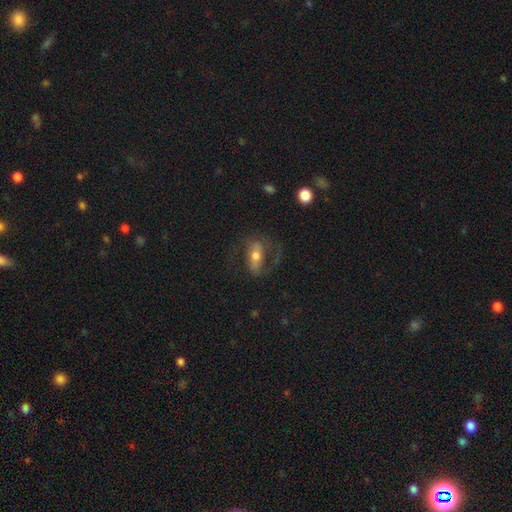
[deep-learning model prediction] Q: Smooth or featured?
A: featured or disk (58%); runner-up: smooth (34%)
Q: Edge-on disk?
A: no (87%); runner-up: yes (13%)
Q: Bar?
A: strong (44%); runner-up: weak (29%)
Q: Spiral arms?
A: yes (73%); runner-up: no (27%)
Q: Bulge size?
A: moderate (66%); runner-up: large (16%)
Q: Merging?
A: none (60%); runner-up: major disturbance (21%)